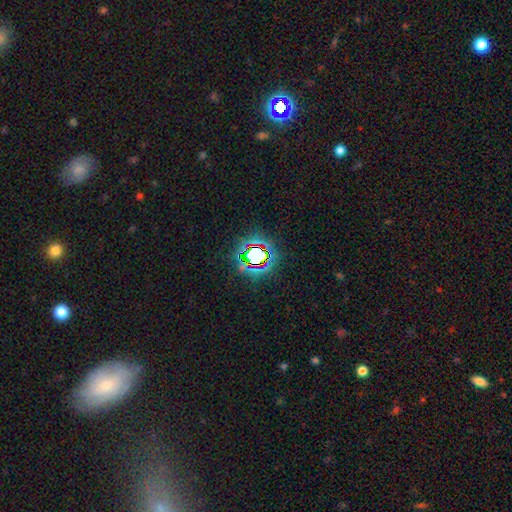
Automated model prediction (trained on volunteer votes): A star or artifact, not a galaxy (68%).

Vote fractions:
- Smooth or featured? star or artifact: 68% / smooth: 20% / featured or disk: 12%